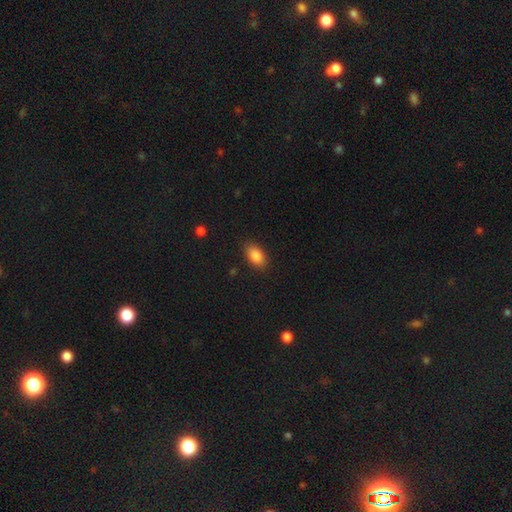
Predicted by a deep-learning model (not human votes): Overall: smooth (87%). How rounded: in between (91%). Merging: none (87%).